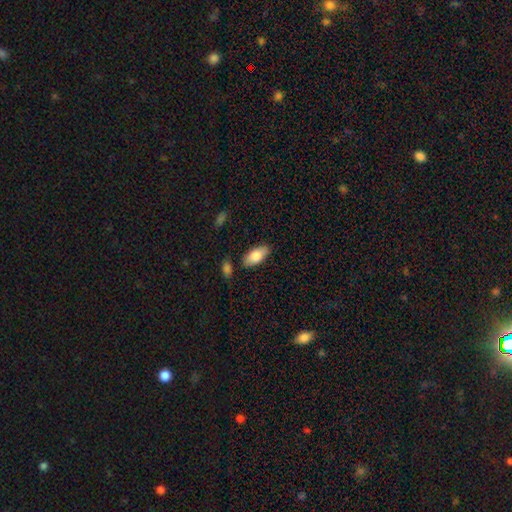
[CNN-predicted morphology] Smooth or featured: smooth — 79% (featured or disk — 14%)
How rounded: in between — 90% (cigar-shaped — 8%)
Merging: none — 83% (minor disturbance — 11%)